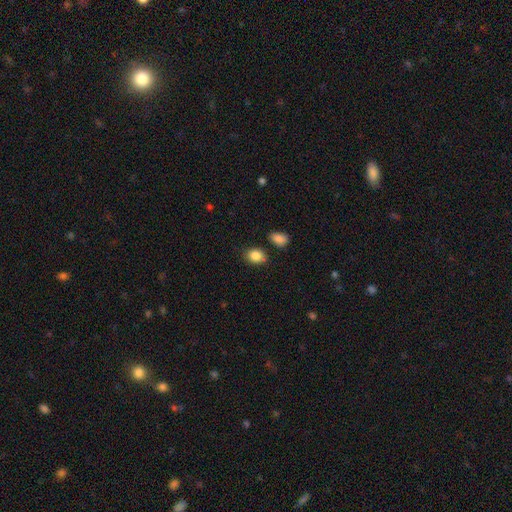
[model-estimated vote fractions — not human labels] Smooth or featured? Predicted: smooth (p=0.87). How rounded? Predicted: in between (p=0.61). Merging? Predicted: none (p=0.77).